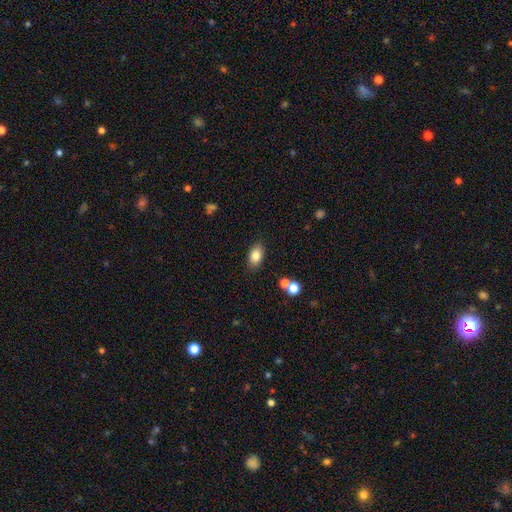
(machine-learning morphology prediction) A smooth galaxy with no disk features (83%) that is in between round and cigar-shaped (88%). Merging: none (84%).